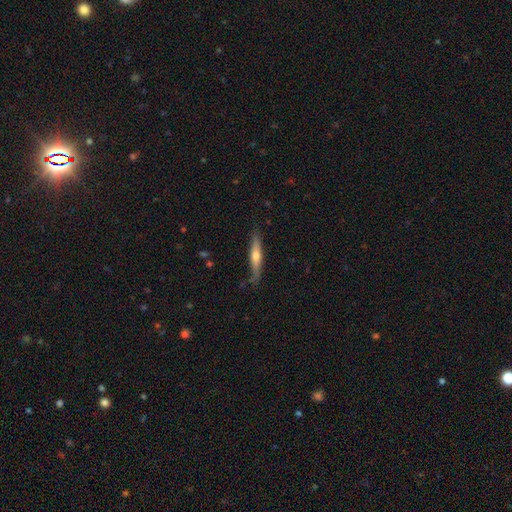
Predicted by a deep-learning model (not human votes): smooth_or_featured: featured or disk (p=0.56) [alt: smooth p=0.38]
disk_edge_on: yes (p=0.94) [alt: no p=0.06]
edge_on_bulge: rounded (p=0.85) [alt: none p=0.10]
merging: none (p=0.79) [alt: minor disturbance p=0.16]